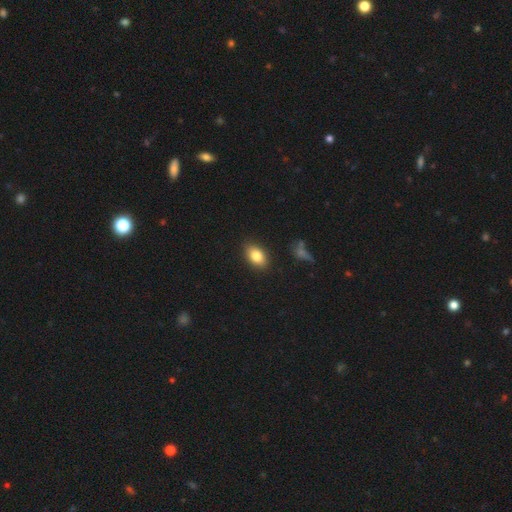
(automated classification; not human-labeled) Morphology: type=smooth (83%); roundness=in between (86%); merging=none (88%).